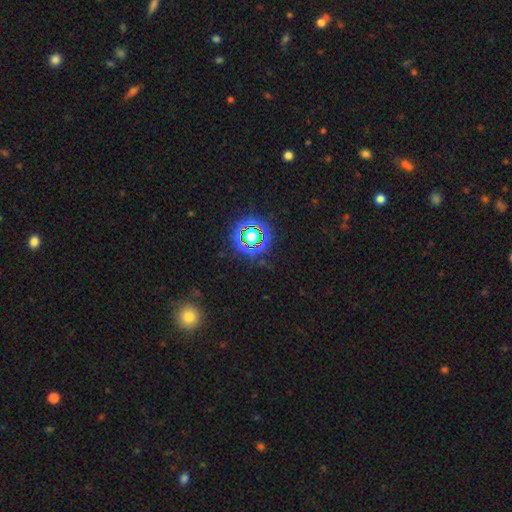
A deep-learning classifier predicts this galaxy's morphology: Smooth or featured? Predicted: star or artifact (p=0.75).